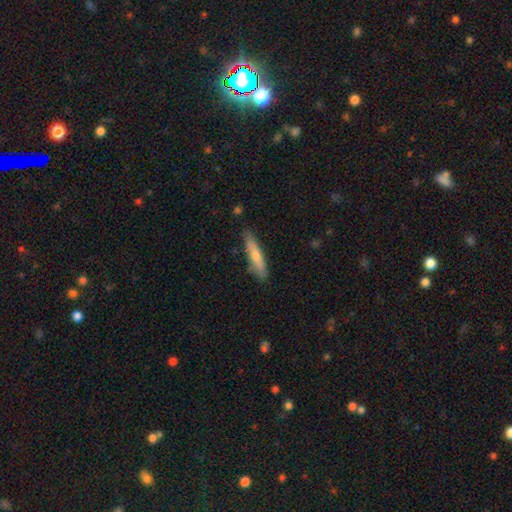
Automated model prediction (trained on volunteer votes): This appears to be a smooth galaxy with no disk features (69%) that is cigar-shaped (87%). Merging: none (82%).